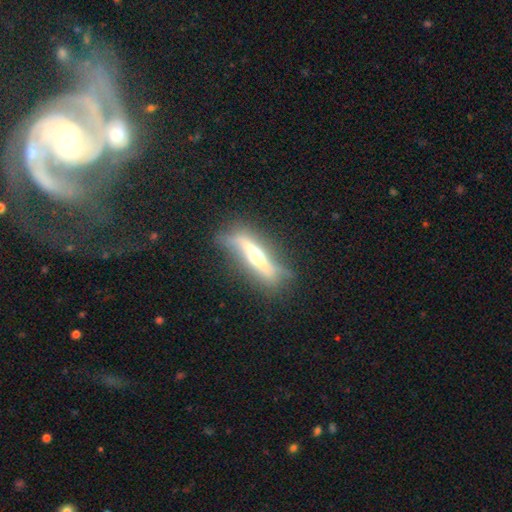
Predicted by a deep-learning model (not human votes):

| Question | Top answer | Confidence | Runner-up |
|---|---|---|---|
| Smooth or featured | featured or disk | 70% | smooth (24%) |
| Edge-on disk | yes | 74% | no (26%) |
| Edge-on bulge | rounded | 89% | boxy (6%) |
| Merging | none | 66% | minor disturbance (22%) |